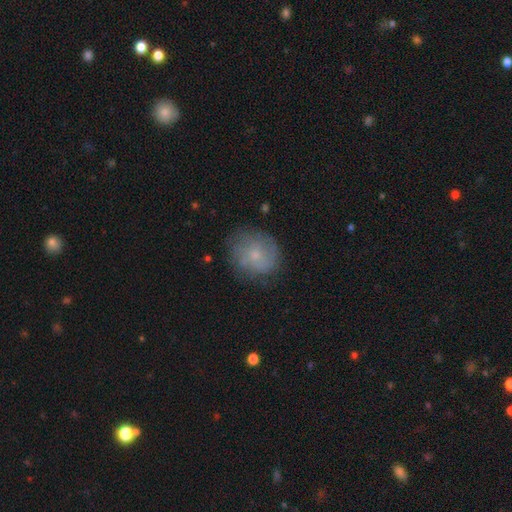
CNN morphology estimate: smooth-or-featured: smooth: 52% | featured or disk: 38% | star or artifact: 11%
  how-rounded: round: 77% | in between: 22% | cigar-shaped: 1%
  merging: none: 72% | minor disturbance: 19% | major disturbance: 7% | merger: 2%